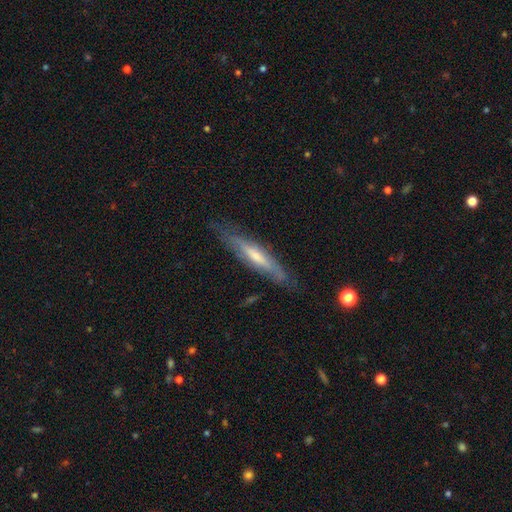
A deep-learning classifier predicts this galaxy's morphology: featured or disk 54%, smooth 39%, star or artifact 6%. Down the decision tree: edge-on disk — yes (81%); merging — none (80%).